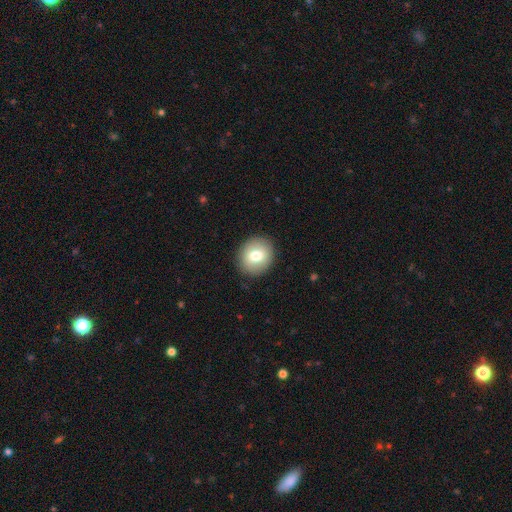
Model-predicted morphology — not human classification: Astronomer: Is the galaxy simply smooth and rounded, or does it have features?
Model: smooth — 76%.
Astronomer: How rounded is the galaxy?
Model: round — 74%.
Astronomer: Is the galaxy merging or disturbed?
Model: none — 90%.